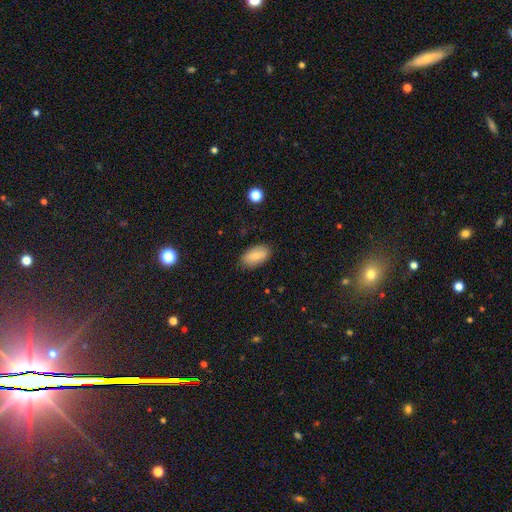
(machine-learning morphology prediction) This appears to be a smooth galaxy with no disk features (80%) that is in between round and cigar-shaped (93%). Merging: none (84%).